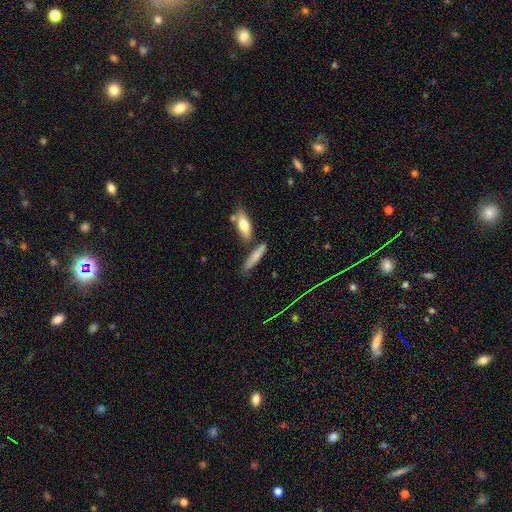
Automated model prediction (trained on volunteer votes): Smooth or featured: smooth — 71% (featured or disk — 21%)
How rounded: cigar-shaped — 75% (in between — 22%)
Merging: none — 67% (minor disturbance — 16%)